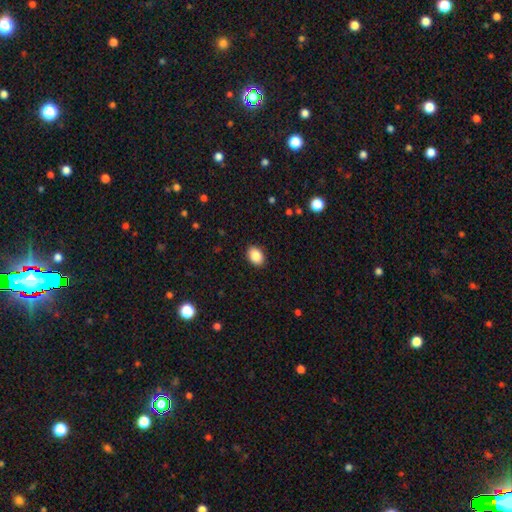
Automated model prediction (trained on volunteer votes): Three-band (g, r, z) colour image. It shows a smooth galaxy with no disk features (88%) that is in between round and cigar-shaped (77%). Merging: none (90%).